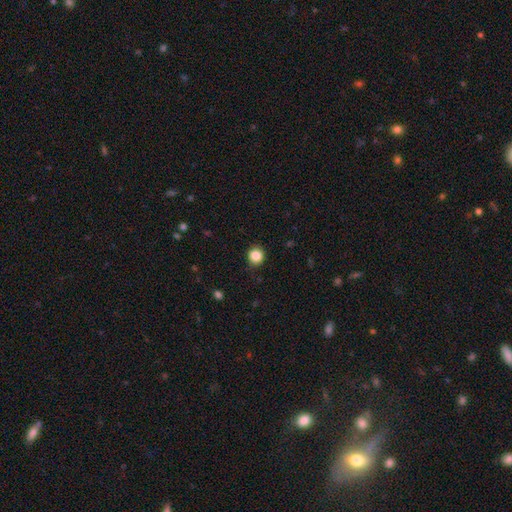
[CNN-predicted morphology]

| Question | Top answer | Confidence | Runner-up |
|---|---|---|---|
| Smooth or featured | smooth | 86% | star or artifact (10%) |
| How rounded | round | 87% | in between (12%) |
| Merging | none | 87% | minor disturbance (10%) |